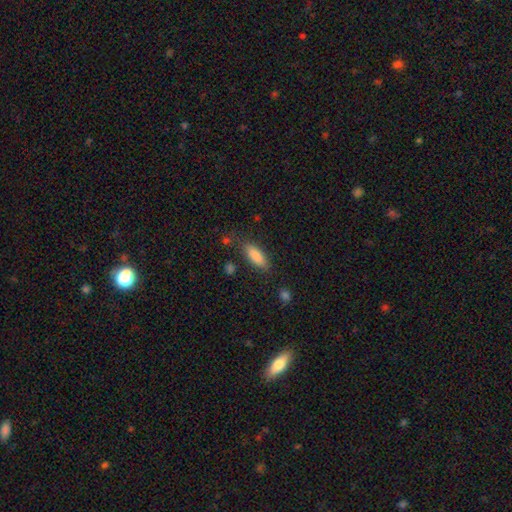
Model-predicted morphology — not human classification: This appears to be a smooth galaxy with no disk features (86%) that is in between round and cigar-shaped (69%). Merging: none (79%).